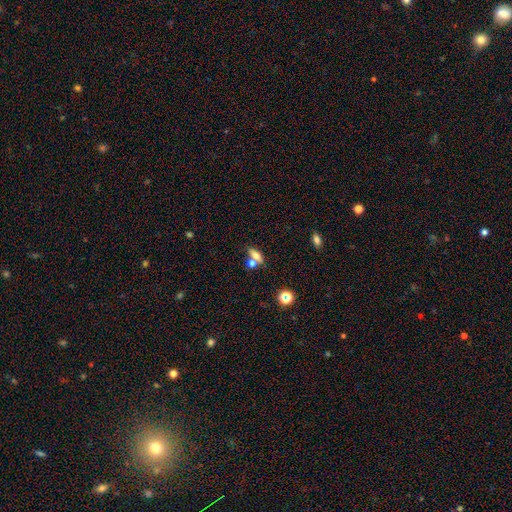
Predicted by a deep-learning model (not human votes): Smooth or featured? Predicted: smooth (p=0.62). How rounded? Predicted: in between (p=0.56). Merging? Predicted: none (p=0.51).